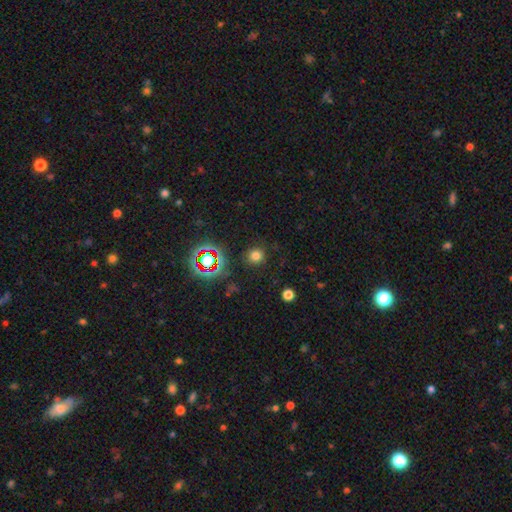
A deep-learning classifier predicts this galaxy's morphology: Smooth or featured: smooth — 72% (star or artifact — 21%)
How rounded: round — 90% (in between — 9%)
Merging: none — 87% (minor disturbance — 8%)